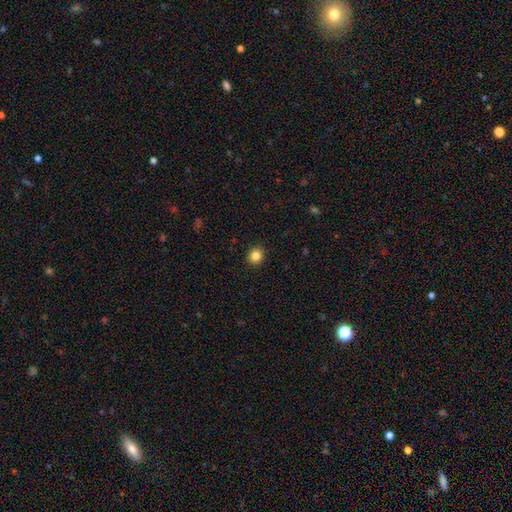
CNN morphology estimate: Smooth or featured?
  - smooth: 84% *
  - star or artifact: 11%
  - featured or disk: 5%
How rounded?
  - round: 84% *
  - in between: 15%
  - cigar-shaped: 1%
Merging?
  - none: 92% *
  - minor disturbance: 6%
  - major disturbance: 2%
  - merger: 1%